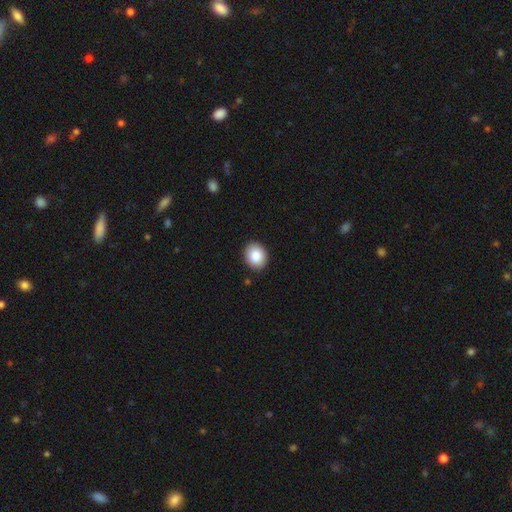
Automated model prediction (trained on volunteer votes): smooth_or_featured: smooth (p=0.86) [alt: star or artifact p=0.07]
how_rounded: round (p=0.53) [alt: in between p=0.46]
merging: none (p=0.89) [alt: minor disturbance p=0.08]